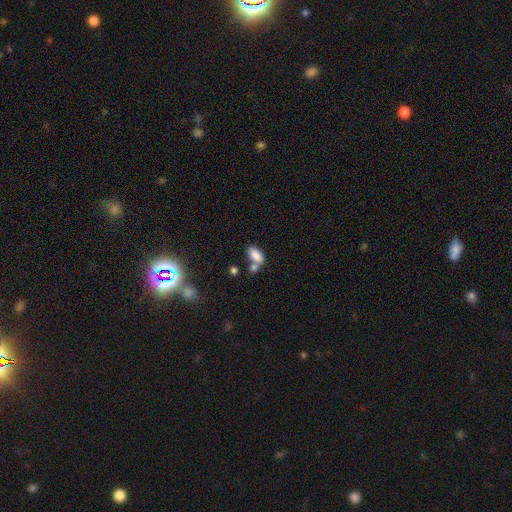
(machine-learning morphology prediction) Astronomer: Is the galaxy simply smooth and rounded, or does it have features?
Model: smooth — 83%.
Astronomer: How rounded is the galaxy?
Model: in between — 92%.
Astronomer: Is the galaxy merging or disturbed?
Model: none — 41%, tied with merger at 41%.